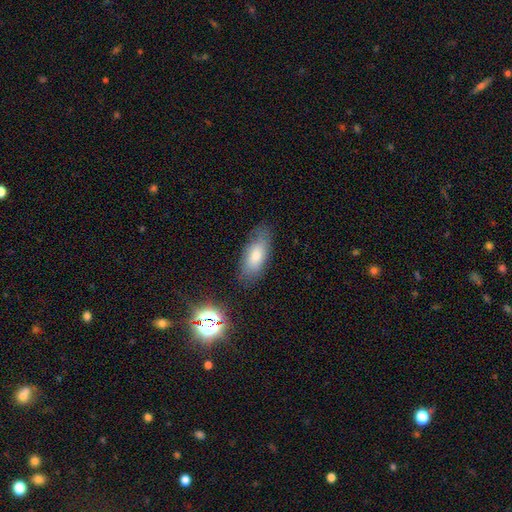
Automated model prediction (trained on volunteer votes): Overall: smooth (69%). How rounded: in between (81%). Merging: none (77%).